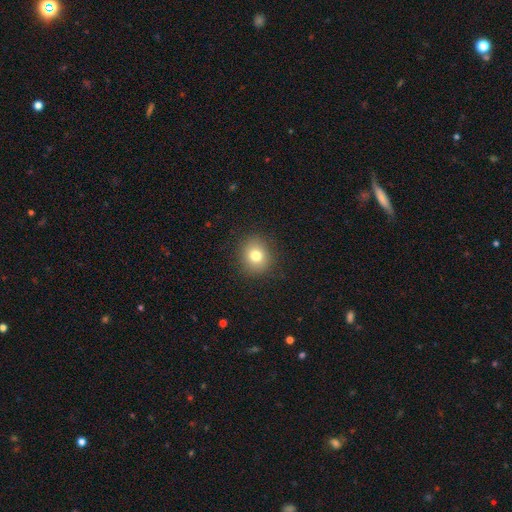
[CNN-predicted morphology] Overall: smooth (79%). How rounded: round (79%). Merging: none (89%).